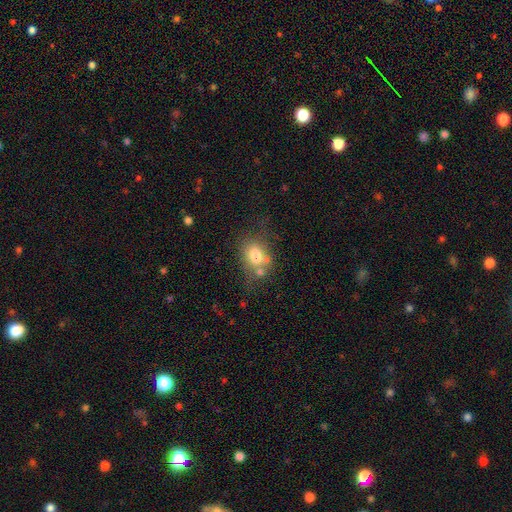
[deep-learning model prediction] A smooth galaxy with no disk features (73%) that is in between round and cigar-shaped (51%). Merging: none (47%).